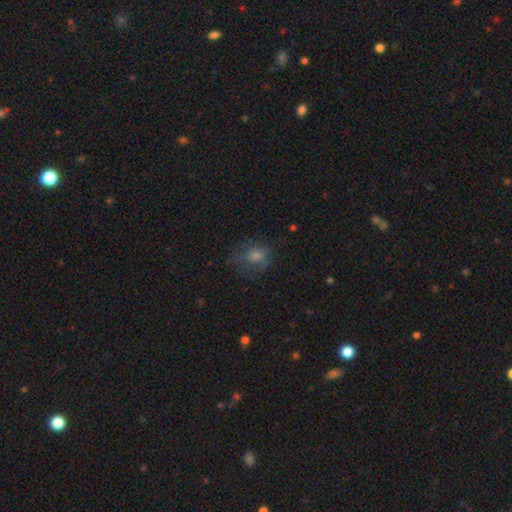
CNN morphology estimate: Overall: smooth (56%; featured or disk 24%). How rounded: round (55%; in between 44%). Merging: none (58%; minor disturbance 22%).